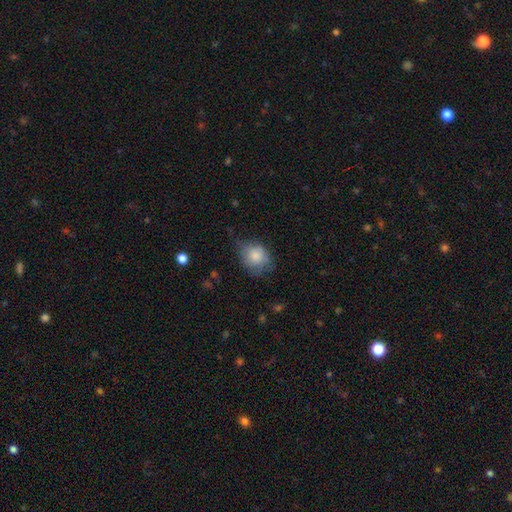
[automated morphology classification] smooth_or_featured: smooth (p=0.80) [alt: featured or disk p=0.13]
how_rounded: round (p=0.58) [alt: in between p=0.41]
merging: none (p=0.46) [alt: minor disturbance p=0.38]